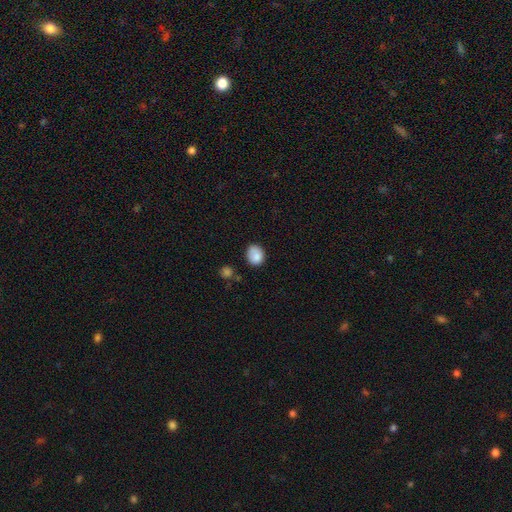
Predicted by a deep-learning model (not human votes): A smooth galaxy with no disk features (86%) that is round (62%).

Vote fractions:
- Smooth or featured? smooth: 86% / star or artifact: 9% / featured or disk: 5%
- How rounded? round: 62% / in between: 38% / cigar-shaped: 1%
- Merging? none: 68% / minor disturbance: 23% / major disturbance: 5% / merger: 5%